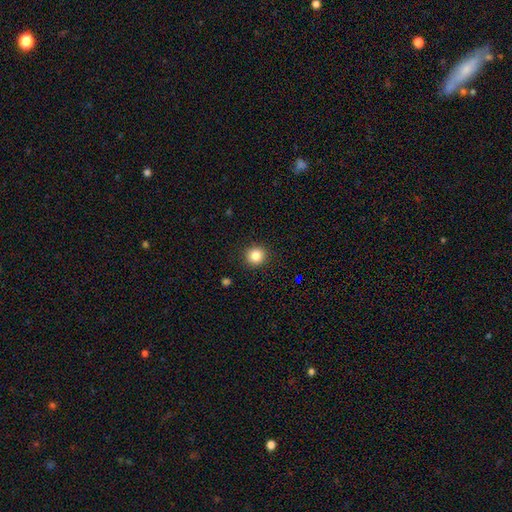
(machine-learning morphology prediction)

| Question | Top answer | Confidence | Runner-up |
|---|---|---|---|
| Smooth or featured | smooth | 84% | star or artifact (11%) |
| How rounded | round | 93% | in between (6%) |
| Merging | none | 92% | minor disturbance (5%) |